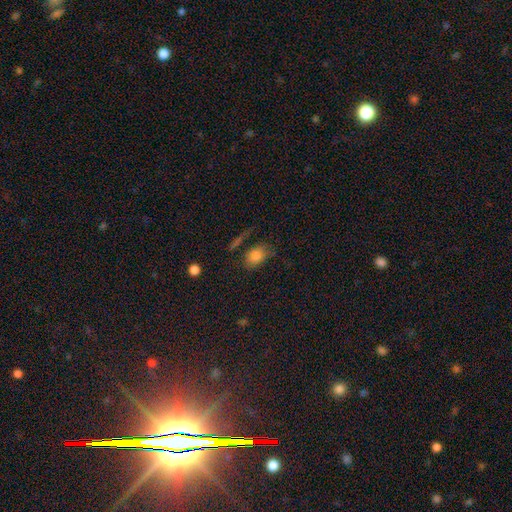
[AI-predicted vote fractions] Smooth or featured? Predicted: smooth (p=0.79). How rounded? Predicted: in between (p=0.81). Merging? Predicted: none (p=0.64).